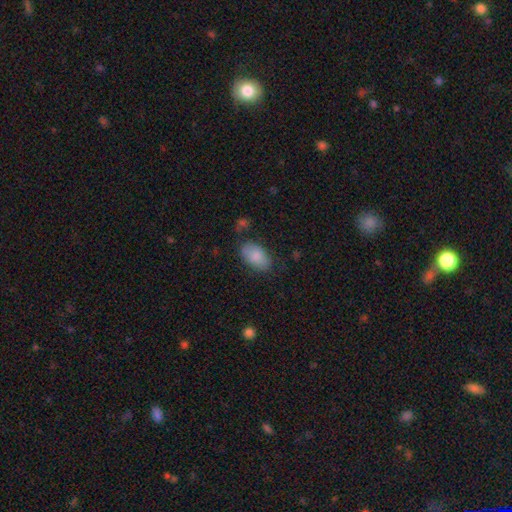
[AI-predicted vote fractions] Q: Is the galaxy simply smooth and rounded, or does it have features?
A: smooth — 85%.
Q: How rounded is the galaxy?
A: in between — 93%.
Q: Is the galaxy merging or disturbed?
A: none — 73%.